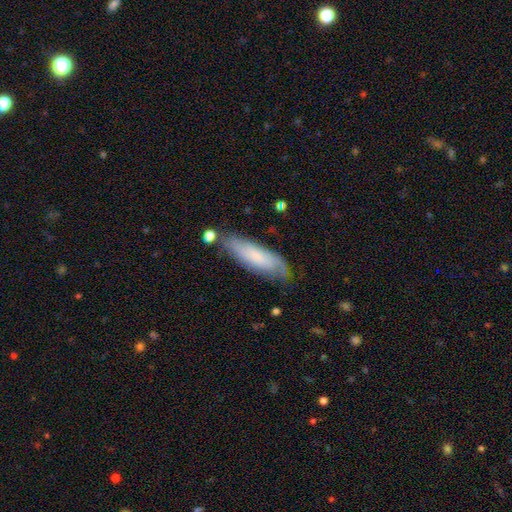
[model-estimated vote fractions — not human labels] This is likely a smooth galaxy (64%). How rounded: possibly cigar-shaped (54%). Merging: likely none (65%).